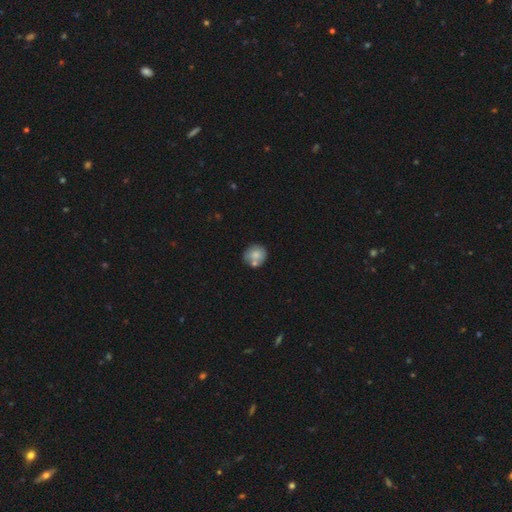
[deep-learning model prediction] Smooth or featured? smooth (73%)
How rounded? round (81%)
Merging? none (57%)